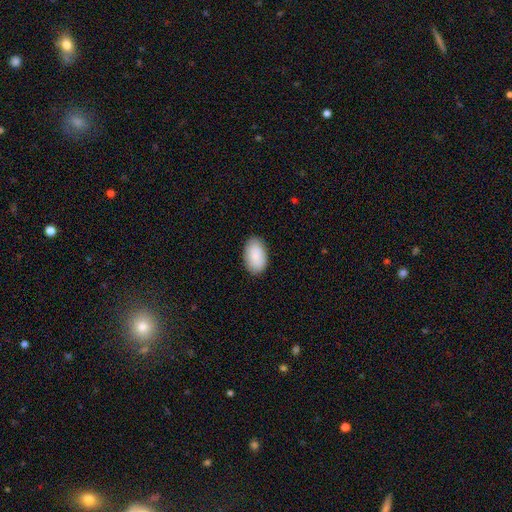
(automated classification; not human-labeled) This is clearly a smooth galaxy (89%). How rounded: clearly in between (93%). Merging: clearly none (86%).